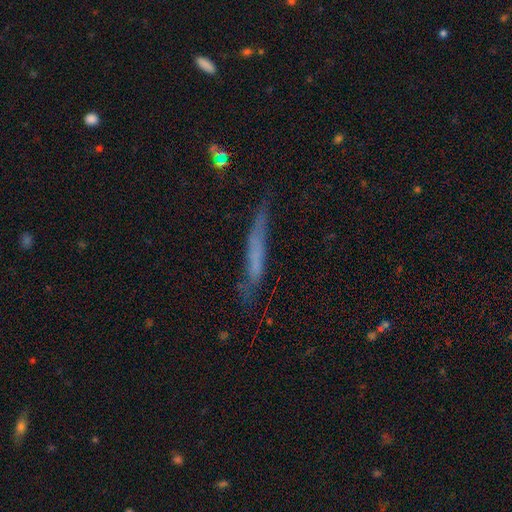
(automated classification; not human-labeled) Smooth or featured? smooth (46%)
Merging? none (67%)